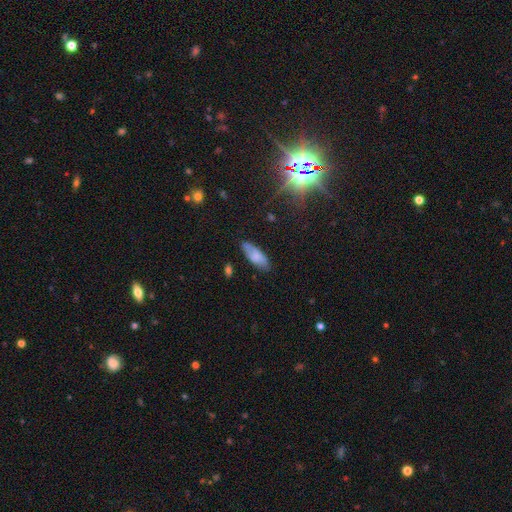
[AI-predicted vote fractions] Smooth or featured?
  - smooth: 72% *
  - featured or disk: 20%
  - star or artifact: 8%
How rounded?
  - in between: 73% *
  - cigar-shaped: 25%
  - round: 2%
Merging?
  - none: 77% *
  - minor disturbance: 18%
  - major disturbance: 4%
  - merger: 2%